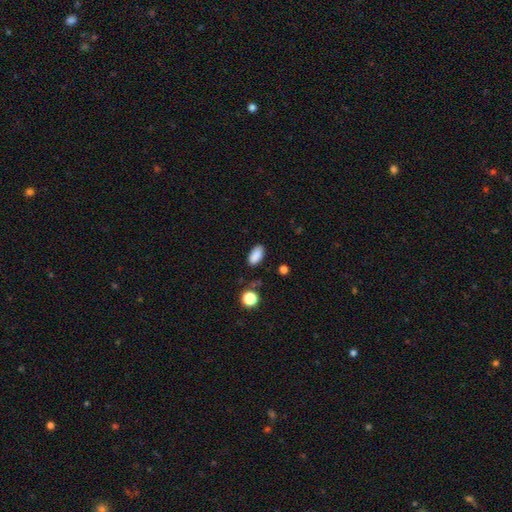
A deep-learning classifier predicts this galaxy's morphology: Smooth or featured?
  - smooth: 87% *
  - star or artifact: 9%
  - featured or disk: 4%
How rounded?
  - in between: 91% *
  - cigar-shaped: 5%
  - round: 4%
Merging?
  - none: 83% *
  - minor disturbance: 12%
  - major disturbance: 3%
  - merger: 2%